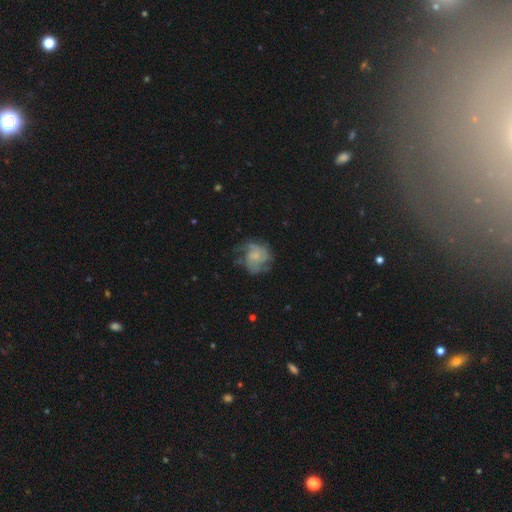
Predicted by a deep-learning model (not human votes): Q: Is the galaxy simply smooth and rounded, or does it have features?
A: featured or disk — 74%.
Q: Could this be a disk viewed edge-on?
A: no — 98%.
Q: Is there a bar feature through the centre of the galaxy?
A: no — 72%.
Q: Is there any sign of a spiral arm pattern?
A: yes — 90%.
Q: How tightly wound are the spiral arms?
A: medium — 45%.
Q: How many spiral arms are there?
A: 3 — 28%.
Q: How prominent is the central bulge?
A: small — 44%.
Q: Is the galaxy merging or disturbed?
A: none — 57%.